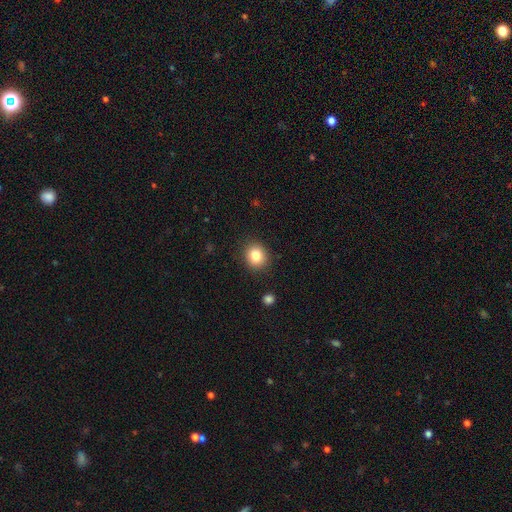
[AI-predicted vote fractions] A smooth galaxy with no disk features (83%) that is round (75%). Merging: none (89%).